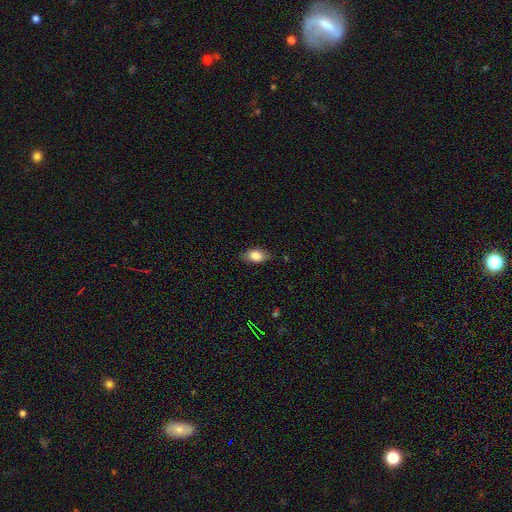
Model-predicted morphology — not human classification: Smooth or featured: smooth — 82% (featured or disk — 11%)
How rounded: in between — 87% (round — 9%)
Merging: none — 79% (minor disturbance — 16%)